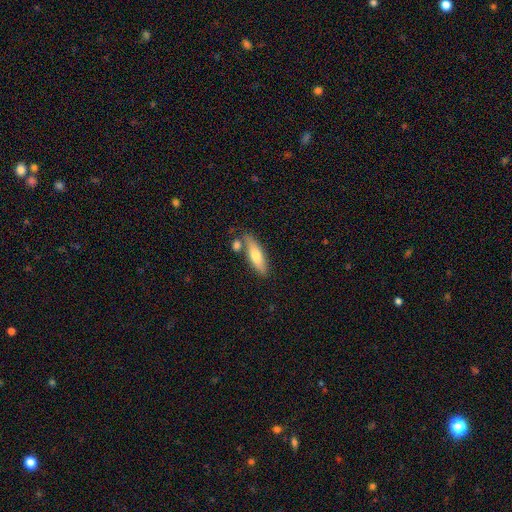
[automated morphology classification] Overall: smooth (64%; featured or disk 30%). How rounded: cigar-shaped (55%; in between 43%). Merging: none (69%).